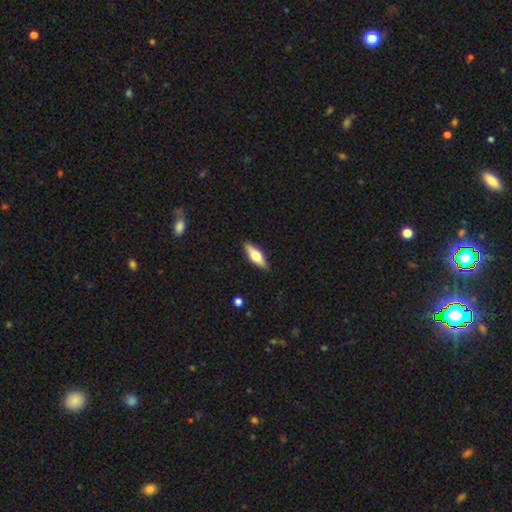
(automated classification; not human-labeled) smooth 49%, featured or disk 45%, star or artifact 6%. Down the decision tree: merging — none (88%).